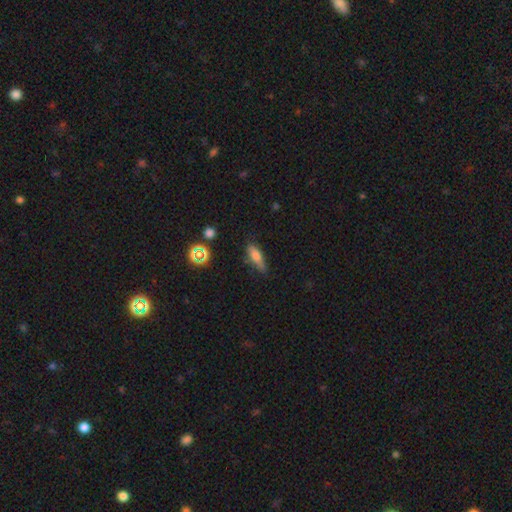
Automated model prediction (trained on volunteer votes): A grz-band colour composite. It shows a smooth galaxy with no disk features (66%) that is in between round and cigar-shaped (49%). Merging: none (67%).